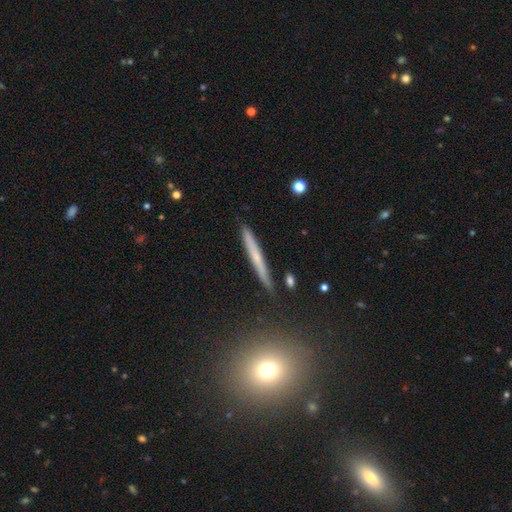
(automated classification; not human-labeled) featured or disk 48%, smooth 44%, star or artifact 8%. Down the decision tree: merging — none (88%).